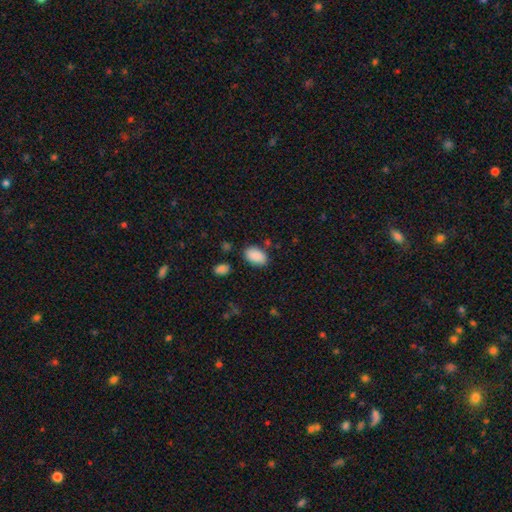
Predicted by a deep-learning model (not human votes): A smooth galaxy with no disk features (89%) that is in between round and cigar-shaped (92%).

Vote fractions:
- Smooth or featured? smooth: 89% / star or artifact: 7% / featured or disk: 4%
- How rounded? in between: 92% / round: 7% / cigar-shaped: 1%
- Merging? none: 78% / minor disturbance: 14% / merger: 4% / major disturbance: 4%